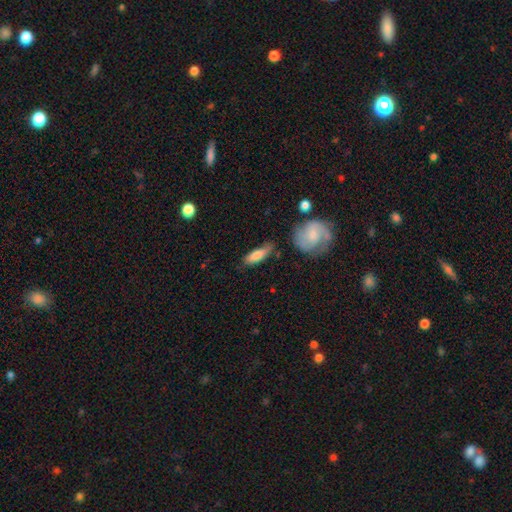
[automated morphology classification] The model was most divided on "how rounded": in between: 54%, cigar-shaped: 43%, round: 3%. More confident: smooth or featured — smooth (77%); merging — none (64%).